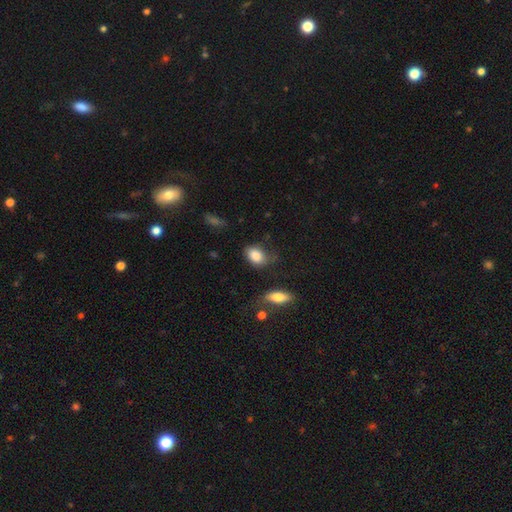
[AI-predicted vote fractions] Q: Smooth or featured?
A: smooth (86%); runner-up: star or artifact (7%)
Q: How rounded?
A: in between (79%); runner-up: round (20%)
Q: Merging?
A: none (52%); runner-up: minor disturbance (33%)